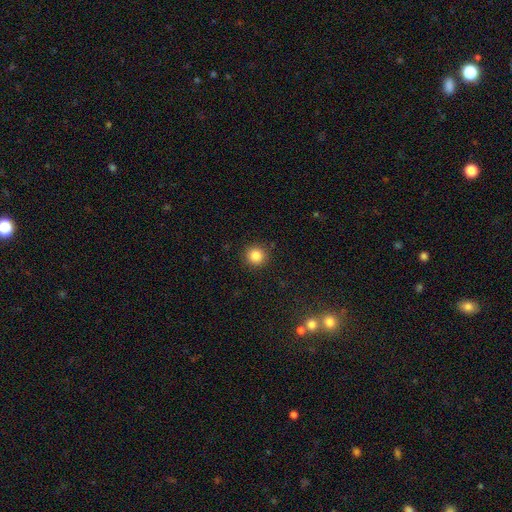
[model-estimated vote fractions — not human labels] Smooth or featured: smooth — 85% (star or artifact — 11%)
How rounded: round — 93% (in between — 6%)
Merging: none — 90% (minor disturbance — 7%)